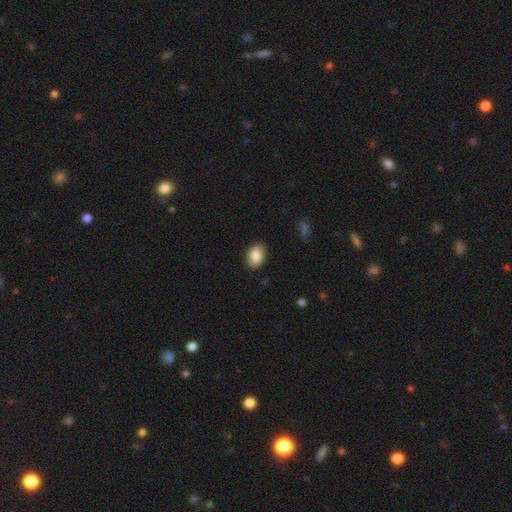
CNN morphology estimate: A smooth galaxy with no disk features (86%) that is in between round and cigar-shaped (79%). Merging: none (85%).